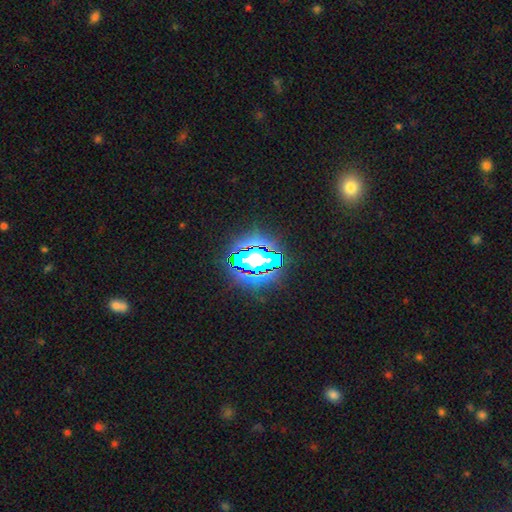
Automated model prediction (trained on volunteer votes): Overall: star or artifact (74%).